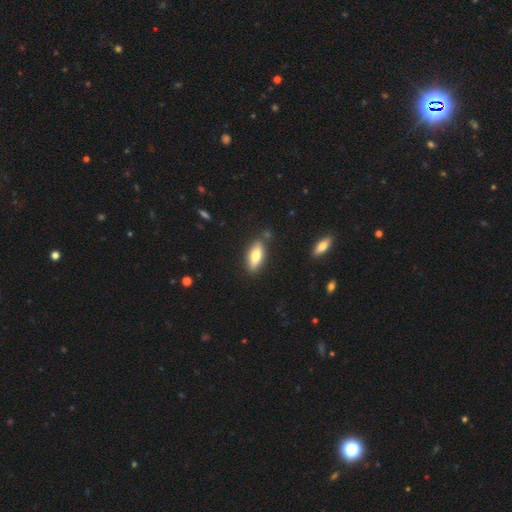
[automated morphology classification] Overall: smooth (69%). How rounded: in between (69%). Merging: none (81%).